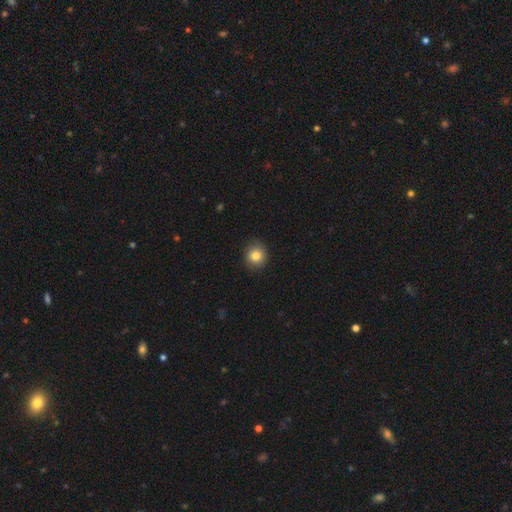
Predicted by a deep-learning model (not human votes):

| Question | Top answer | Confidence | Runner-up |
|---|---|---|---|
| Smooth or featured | smooth | 82% | star or artifact (10%) |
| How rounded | round | 87% | in between (12%) |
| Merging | none | 88% | minor disturbance (9%) |